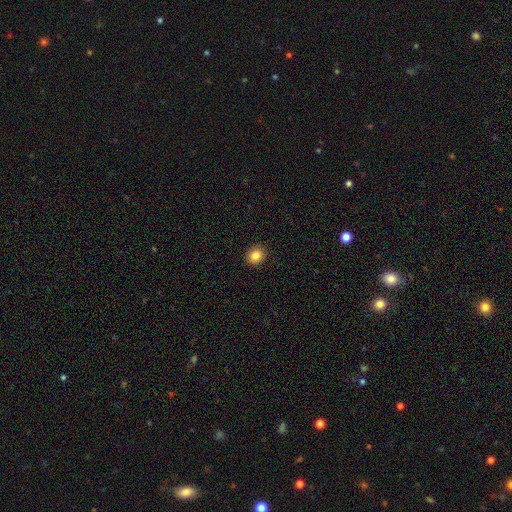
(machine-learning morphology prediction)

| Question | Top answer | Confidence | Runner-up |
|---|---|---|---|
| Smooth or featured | smooth | 84% | star or artifact (10%) |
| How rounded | round | 78% | in between (21%) |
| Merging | none | 92% | minor disturbance (6%) |